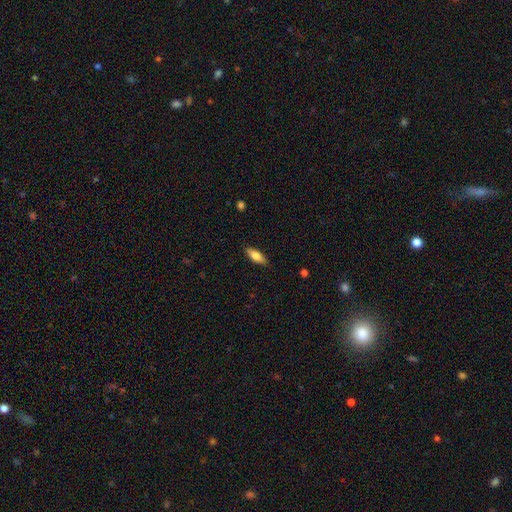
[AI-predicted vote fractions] Smooth or featured: smooth — 76% (featured or disk — 18%)
How rounded: in between — 70% (cigar-shaped — 28%)
Merging: none — 87% (minor disturbance — 10%)